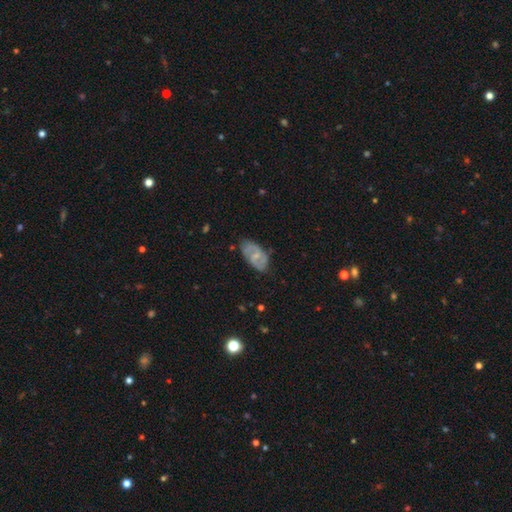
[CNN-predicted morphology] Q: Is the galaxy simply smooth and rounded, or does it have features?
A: featured or disk — 69%.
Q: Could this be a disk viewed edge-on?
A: no — 96%.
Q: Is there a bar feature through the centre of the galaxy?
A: weak — 46%.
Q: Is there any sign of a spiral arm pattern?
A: yes — 86%.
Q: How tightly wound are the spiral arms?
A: medium — 47%.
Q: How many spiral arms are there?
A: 2 — 73%.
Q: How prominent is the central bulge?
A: small — 57%.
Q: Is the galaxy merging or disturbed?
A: none — 71%.